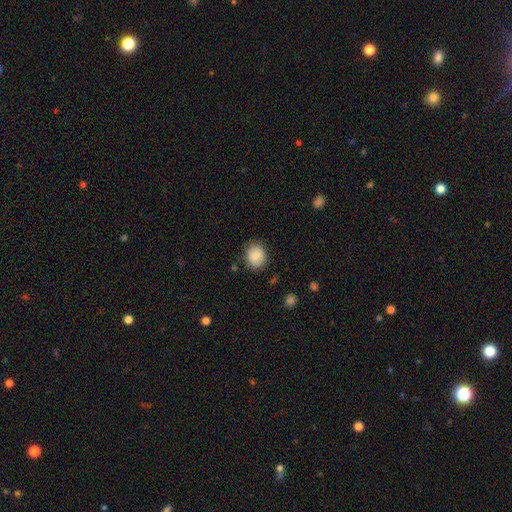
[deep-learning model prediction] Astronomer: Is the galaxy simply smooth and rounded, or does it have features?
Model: smooth — 82%.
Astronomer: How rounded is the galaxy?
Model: round — 64%.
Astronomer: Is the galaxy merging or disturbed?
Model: none — 81%.